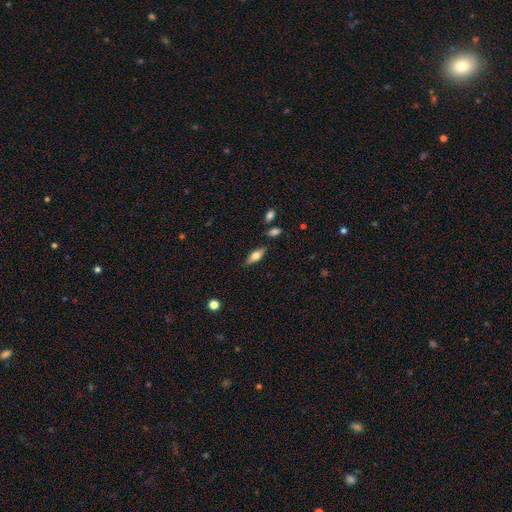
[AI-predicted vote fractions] Smooth or featured?
  - smooth: 53% *
  - featured or disk: 39%
  - star or artifact: 7%
How rounded?
  - in between: 67% *
  - cigar-shaped: 30%
  - round: 3%
Merging?
  - none: 83% *
  - minor disturbance: 12%
  - merger: 3%
  - major disturbance: 3%